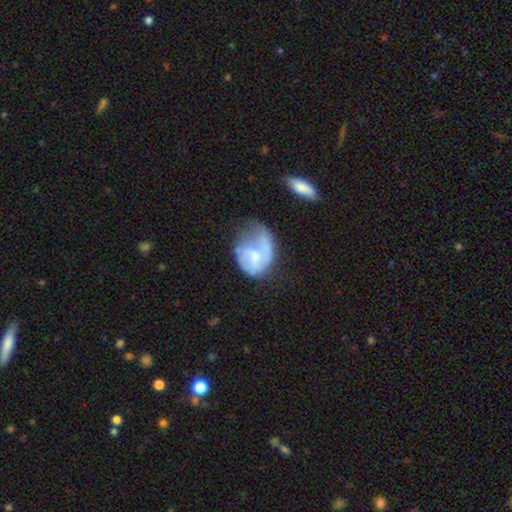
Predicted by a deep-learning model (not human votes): Smooth or featured?
  - featured or disk: 50% *
  - smooth: 42%
  - star or artifact: 8%
Edge-on disk?
  - no: 97% *
  - yes: 3%
Merging?
  - major disturbance: 40% *
  - minor disturbance: 30%
  - none: 24%
  - merger: 7%